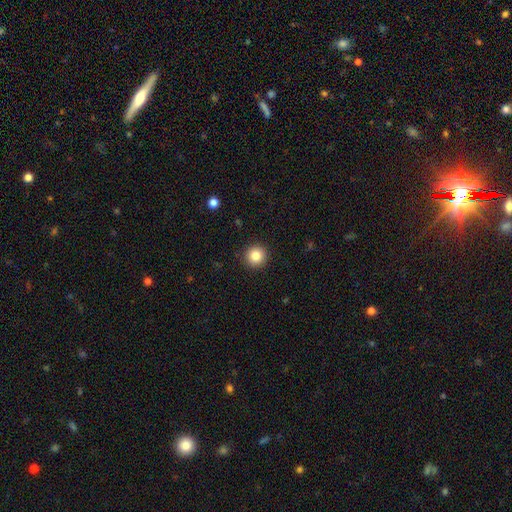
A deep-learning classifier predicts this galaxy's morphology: Smooth or featured?
  - smooth: 85% *
  - star or artifact: 10%
  - featured or disk: 5%
How rounded?
  - round: 95% *
  - in between: 4%
  - cigar-shaped: 1%
Merging?
  - none: 92% *
  - minor disturbance: 5%
  - major disturbance: 2%
  - merger: 1%